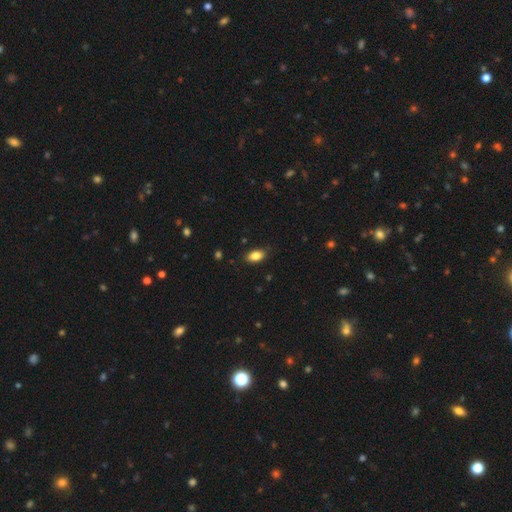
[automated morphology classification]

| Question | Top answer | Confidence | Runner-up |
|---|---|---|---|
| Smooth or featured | smooth | 86% | star or artifact (8%) |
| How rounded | in between | 91% | round (7%) |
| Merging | none | 84% | minor disturbance (13%) |